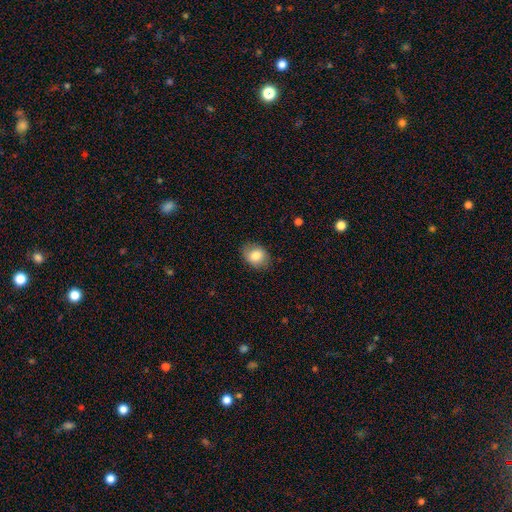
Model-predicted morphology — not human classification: smooth-or-featured: smooth: 81% | featured or disk: 11% | star or artifact: 8%
  how-rounded: in between: 57% | round: 42% | cigar-shaped: 1%
  merging: none: 83% | minor disturbance: 13% | major disturbance: 3% | merger: 1%